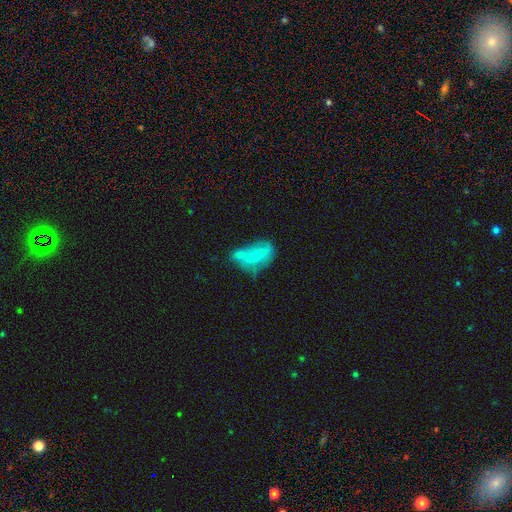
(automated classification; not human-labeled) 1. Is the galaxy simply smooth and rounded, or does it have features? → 55% smooth, 36% featured or disk, 9% star or artifact.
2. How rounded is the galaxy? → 73% in between, 21% cigar-shaped, 7% round.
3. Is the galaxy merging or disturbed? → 36% merger, 27% none, 21% minor disturbance, 16% major disturbance.